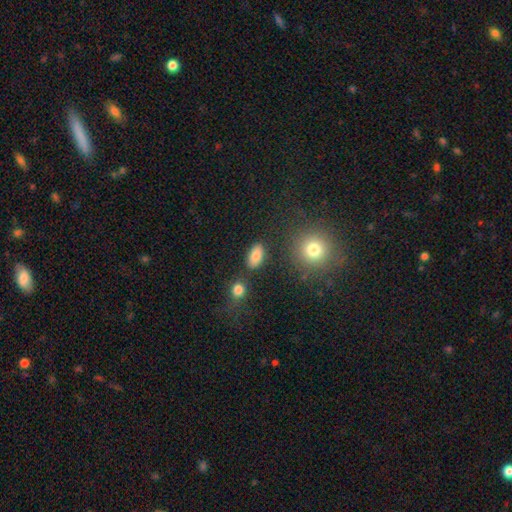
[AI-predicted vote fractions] Smooth or featured: smooth — 84% (star or artifact — 9%)
How rounded: in between — 90% (round — 7%)
Merging: none — 82% (minor disturbance — 10%)